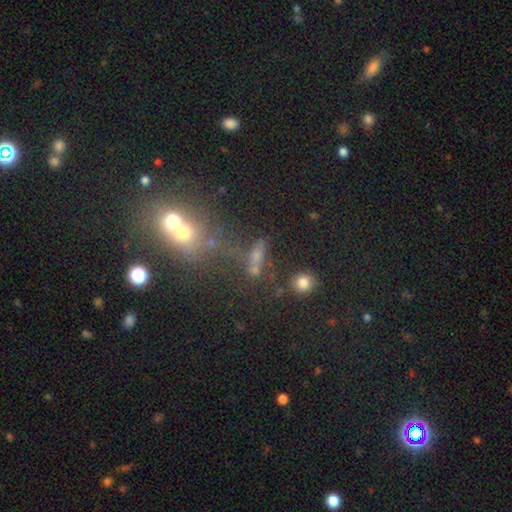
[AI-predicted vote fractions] Q: Smooth or featured?
A: smooth (54%); runner-up: star or artifact (25%)
Q: How rounded?
A: in between (46%); runner-up: cigar-shaped (28%)
Q: Merging?
A: none (46%); runner-up: merger (28%)